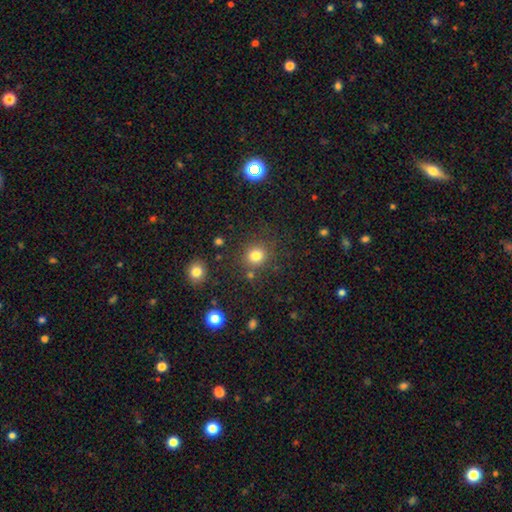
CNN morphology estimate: Overall: smooth (80%). How rounded: round (86%). Merging: none (80%).